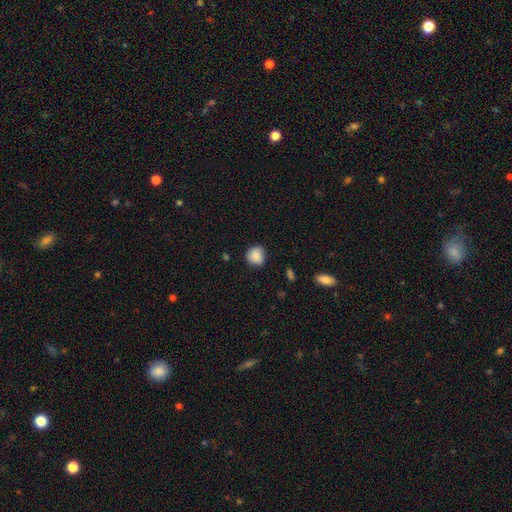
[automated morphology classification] smooth_or_featured: smooth (p=0.87) [alt: star or artifact p=0.08]
how_rounded: round (p=0.86) [alt: in between p=0.13]
merging: none (p=0.82) [alt: minor disturbance p=0.14]